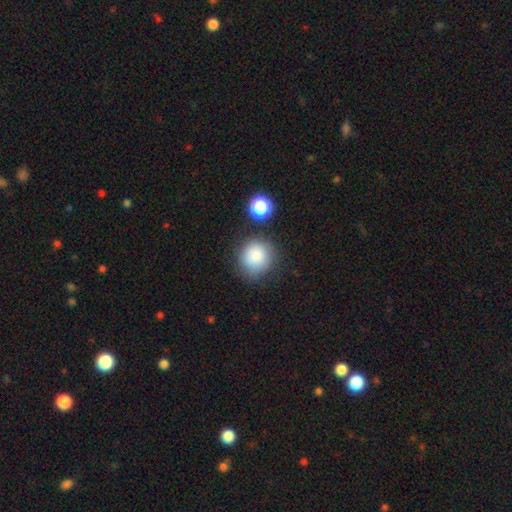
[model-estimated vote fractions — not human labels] This is clearly a smooth galaxy (84%). How rounded: clearly round (90%). Merging: likely none (77%).